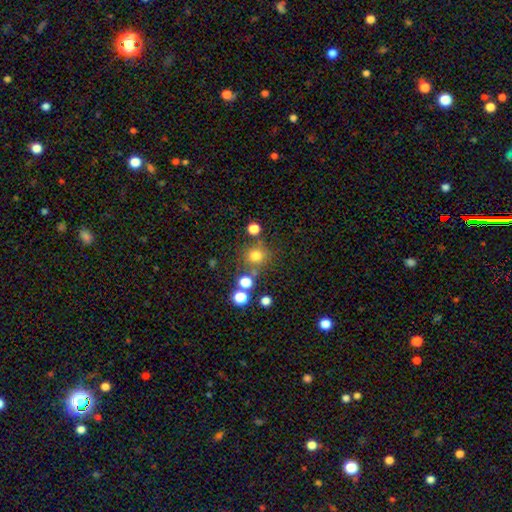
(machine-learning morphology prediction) Smooth or featured? smooth (73%)
How rounded? round (90%)
Merging? none (70%)